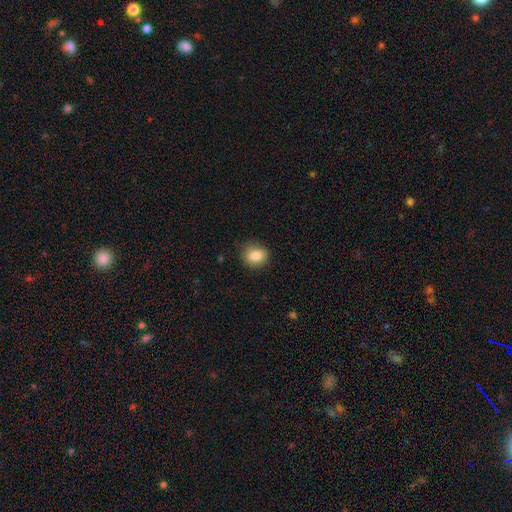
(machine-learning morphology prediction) Smooth or featured: smooth — 84% (star or artifact — 9%)
How rounded: round — 58% (in between — 41%)
Merging: none — 82% (minor disturbance — 14%)